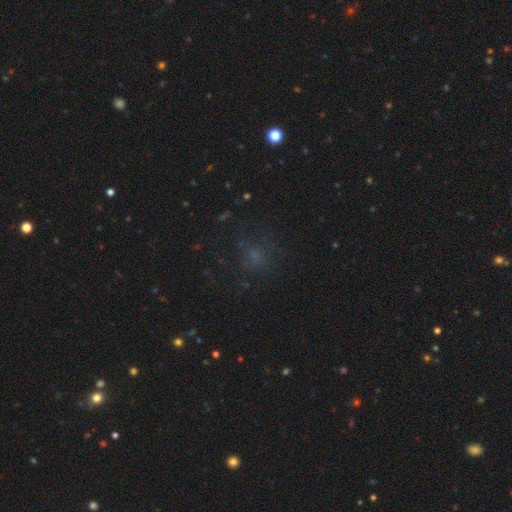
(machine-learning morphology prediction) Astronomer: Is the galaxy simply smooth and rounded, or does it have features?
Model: smooth — 53% (runner-up: star or artifact, 33%).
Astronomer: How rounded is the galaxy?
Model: round — 80%.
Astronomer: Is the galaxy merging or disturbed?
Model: none — 71%.